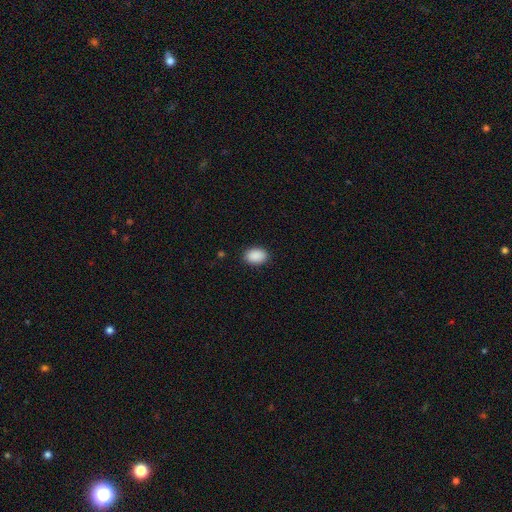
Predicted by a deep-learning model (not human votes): A smooth galaxy with no disk features (91%) that is in between round and cigar-shaped (83%).

Vote fractions:
- Smooth or featured? smooth: 91% / star or artifact: 7% / featured or disk: 2%
- How rounded? in between: 83% / round: 16% / cigar-shaped: 1%
- Merging? none: 89% / minor disturbance: 8% / major disturbance: 2% / merger: 1%